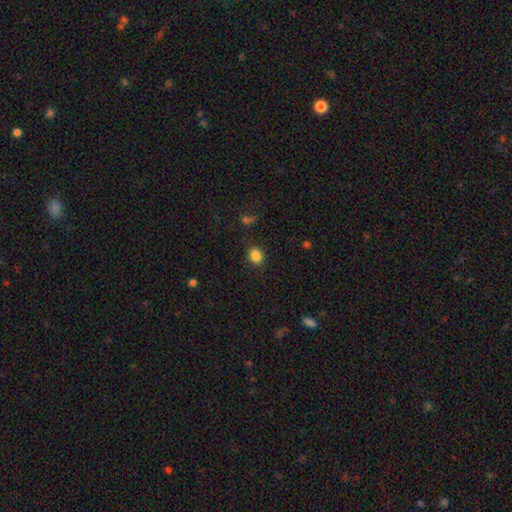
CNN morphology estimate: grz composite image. It shows a smooth galaxy with no disk features (85%) that is round (69%). Merging: none (85%).